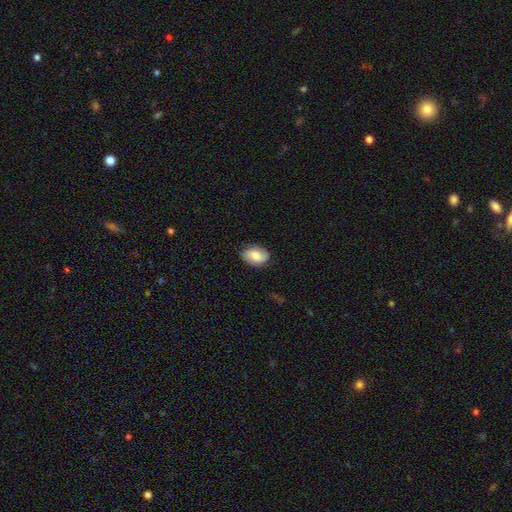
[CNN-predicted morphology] smooth_or_featured: smooth (p=0.64) [alt: featured or disk p=0.28]
how_rounded: in between (p=0.75) [alt: round p=0.23]
merging: none (p=0.74) [alt: minor disturbance p=0.21]